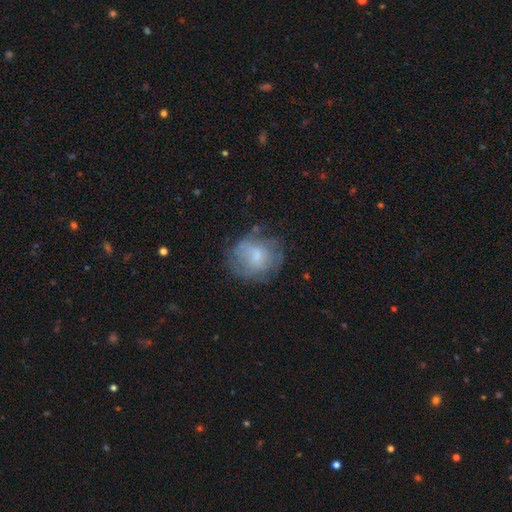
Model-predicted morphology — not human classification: Smooth or featured? smooth (52%)
How rounded? round (72%)
Merging? none (56%)